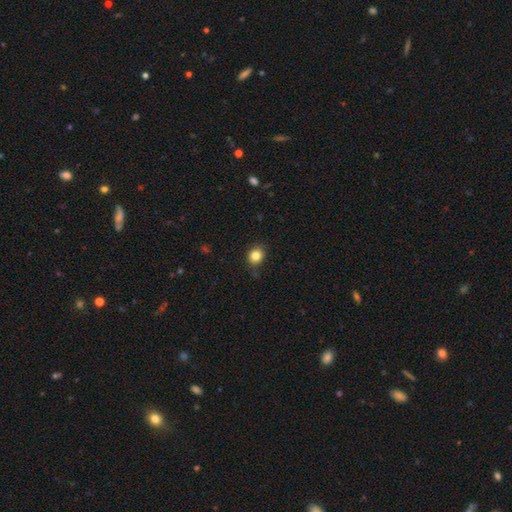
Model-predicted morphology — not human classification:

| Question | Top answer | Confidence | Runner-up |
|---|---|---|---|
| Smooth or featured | smooth | 83% | star or artifact (11%) |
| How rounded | round | 74% | in between (25%) |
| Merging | none | 76% | minor disturbance (18%) |